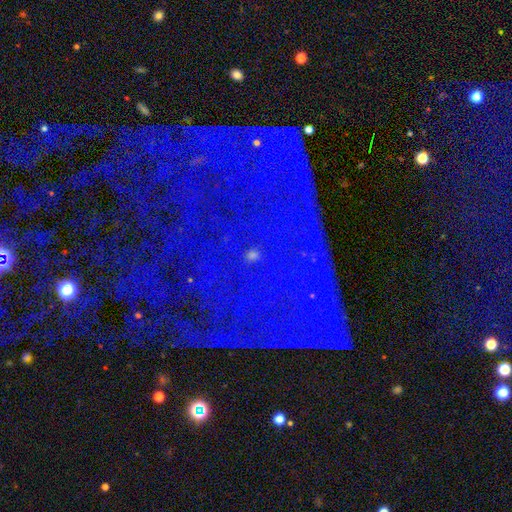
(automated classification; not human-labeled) This is clearly a star or artifact rather than a galaxy (83%).